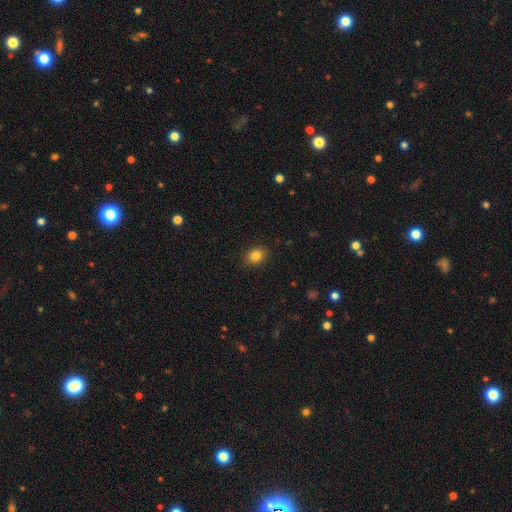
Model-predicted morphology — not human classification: Smooth or featured: smooth — 84% (star or artifact — 11%)
How rounded: in between — 53% (round — 46%)
Merging: none — 89% (minor disturbance — 8%)